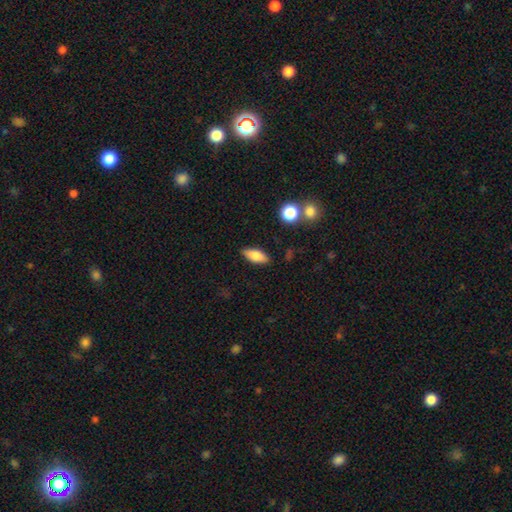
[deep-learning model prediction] Q: Smooth or featured?
A: smooth (78%); runner-up: featured or disk (15%)
Q: How rounded?
A: in between (77%); runner-up: cigar-shaped (20%)
Q: Merging?
A: none (85%); runner-up: minor disturbance (11%)